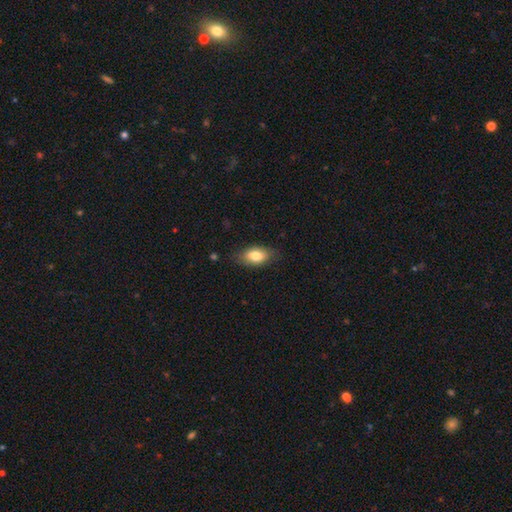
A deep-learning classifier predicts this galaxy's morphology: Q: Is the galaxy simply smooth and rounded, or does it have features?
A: smooth — 80%.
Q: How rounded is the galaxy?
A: in between — 88%.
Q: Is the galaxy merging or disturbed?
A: none — 79%.